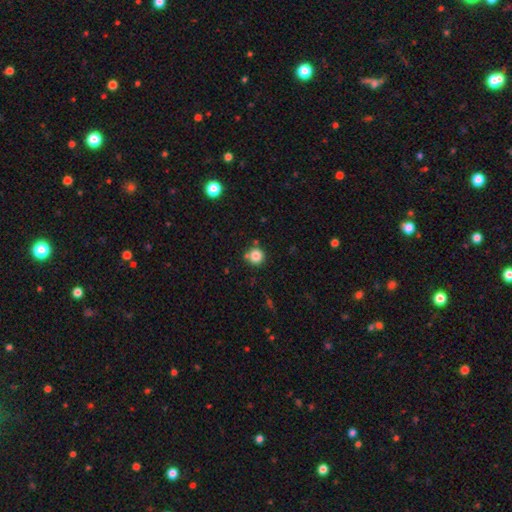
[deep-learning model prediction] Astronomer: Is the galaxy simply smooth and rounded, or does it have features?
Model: smooth — 83%.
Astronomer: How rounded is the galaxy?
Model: round — 94%.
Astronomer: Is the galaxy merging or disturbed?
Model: none — 77%.